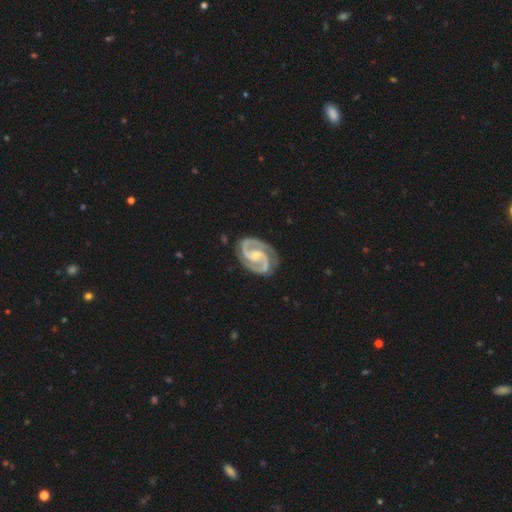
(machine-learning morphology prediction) Q: Smooth or featured?
A: featured or disk (94%); runner-up: star or artifact (3%)
Q: Edge-on disk?
A: no (98%); runner-up: yes (2%)
Q: Bar?
A: no (45%); runner-up: weak (39%)
Q: Spiral arms?
A: yes (99%); runner-up: no (1%)
Q: Spiral winding?
A: medium (53%); runner-up: tight (41%)
Q: Spiral arm count?
A: 2 (93%); runner-up: 3 (2%)
Q: Bulge size?
A: small (47%); runner-up: moderate (41%)
Q: Merging?
A: none (82%); runner-up: minor disturbance (13%)